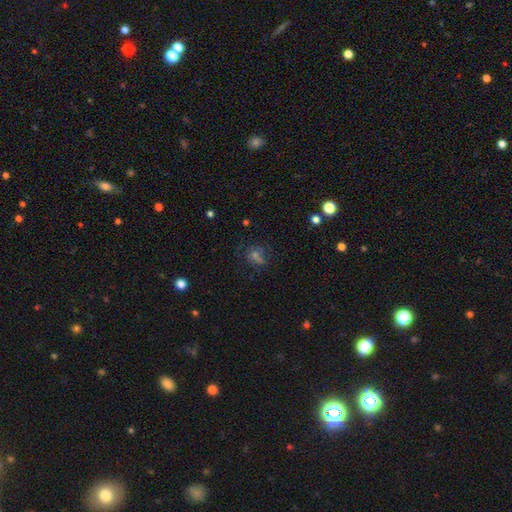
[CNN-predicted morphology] Smooth or featured? smooth (42%)
Merging? none (58%)